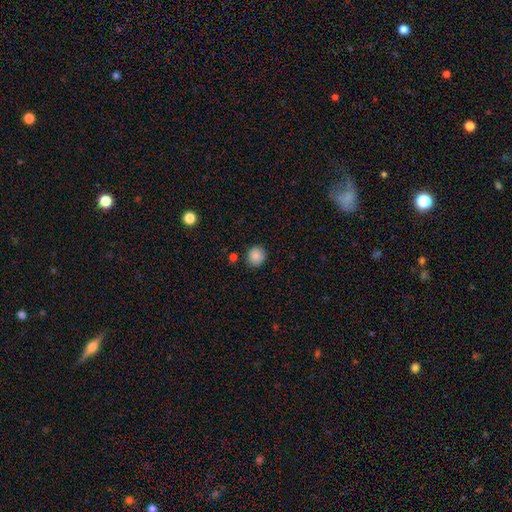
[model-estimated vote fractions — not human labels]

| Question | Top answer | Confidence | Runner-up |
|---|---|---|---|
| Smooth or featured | smooth | 87% | star or artifact (9%) |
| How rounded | round | 87% | in between (12%) |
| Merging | none | 86% | minor disturbance (9%) |